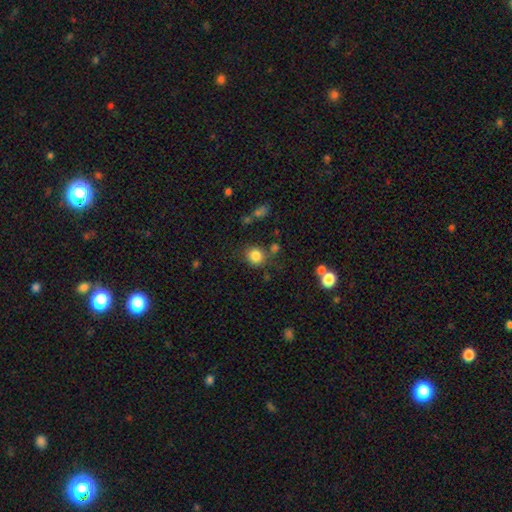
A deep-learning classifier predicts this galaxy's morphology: The model was most divided on "merging": none: 75%, minor disturbance: 12%, merger: 7%, major disturbance: 5%. More confident: how rounded — round (86%); smooth or featured — smooth (83%).